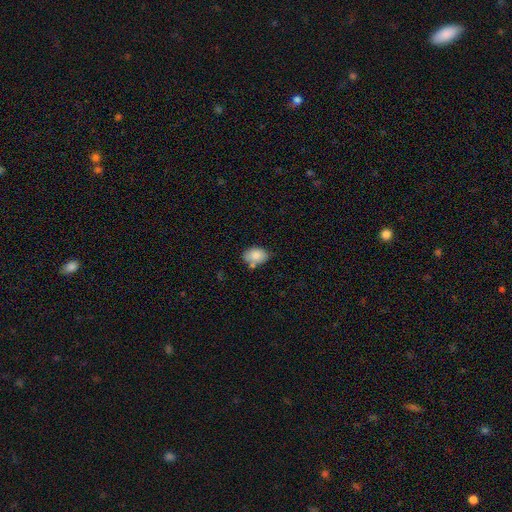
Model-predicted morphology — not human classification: Q: Smooth or featured?
A: smooth (84%); runner-up: featured or disk (9%)
Q: How rounded?
A: in between (80%); runner-up: round (19%)
Q: Merging?
A: none (62%); runner-up: minor disturbance (22%)